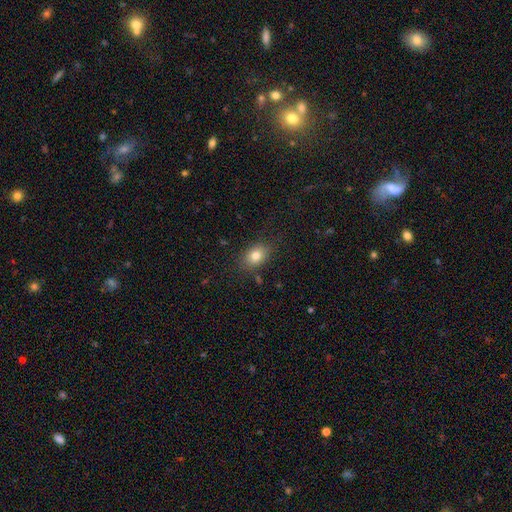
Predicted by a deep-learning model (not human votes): Smooth or featured: smooth — 81% (star or artifact — 10%)
How rounded: in between — 75% (round — 24%)
Merging: none — 81% (minor disturbance — 13%)